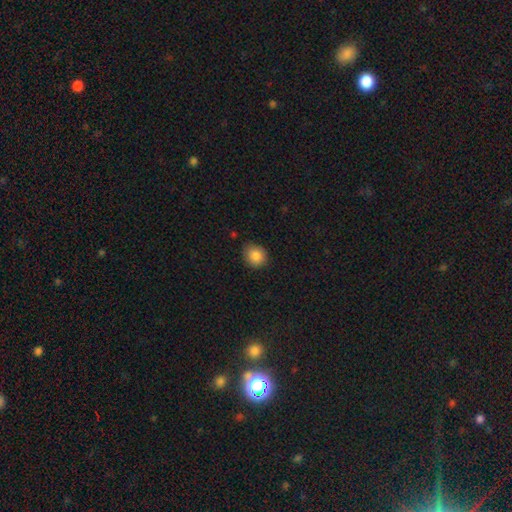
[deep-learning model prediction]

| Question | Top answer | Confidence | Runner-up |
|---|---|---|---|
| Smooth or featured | smooth | 87% | star or artifact (9%) |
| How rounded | round | 77% | in between (22%) |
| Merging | none | 82% | minor disturbance (14%) |